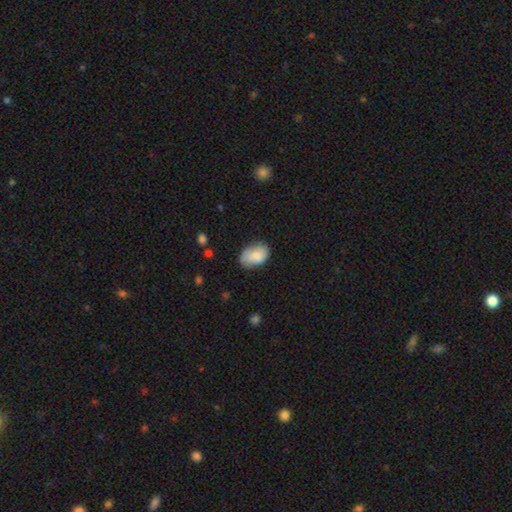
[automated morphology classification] Smooth or featured? Predicted: smooth (p=0.82). How rounded? Predicted: in between (p=0.87). Merging? Predicted: none (p=0.64).